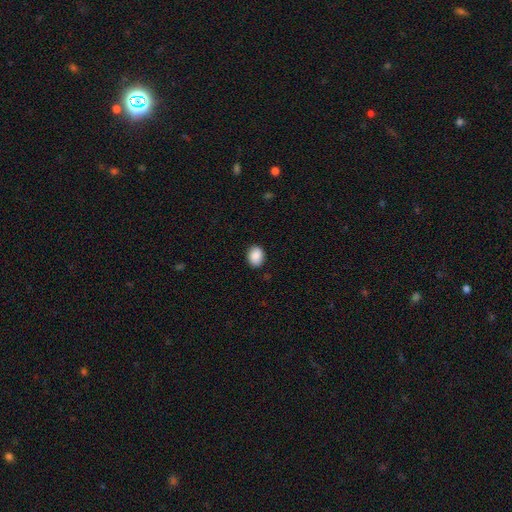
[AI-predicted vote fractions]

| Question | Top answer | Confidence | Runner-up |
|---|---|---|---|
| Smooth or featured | smooth | 89% | star or artifact (7%) |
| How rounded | in between | 68% | round (31%) |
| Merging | none | 86% | minor disturbance (11%) |